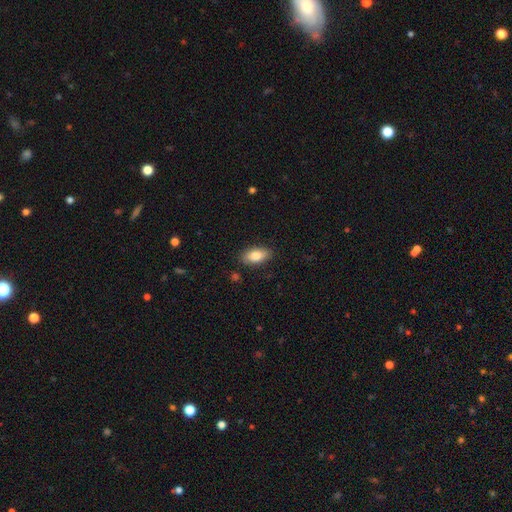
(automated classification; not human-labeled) This is clearly a smooth galaxy (82%). How rounded: clearly in between (91%). Merging: clearly none (87%).